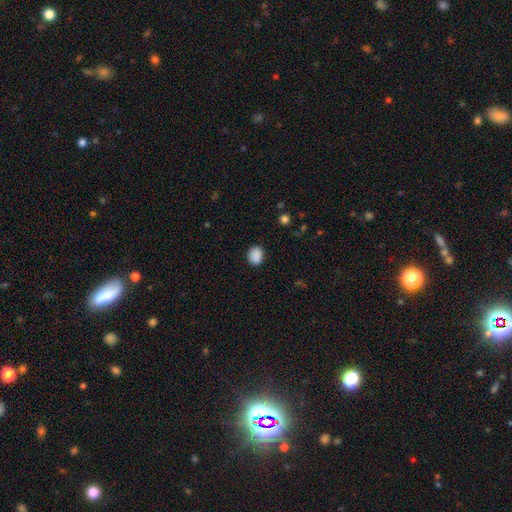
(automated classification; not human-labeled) smooth_or_featured: smooth (p=0.88) [alt: star or artifact p=0.09]
how_rounded: round (p=0.51) [alt: in between p=0.48]
merging: none (p=0.84) [alt: minor disturbance p=0.12]